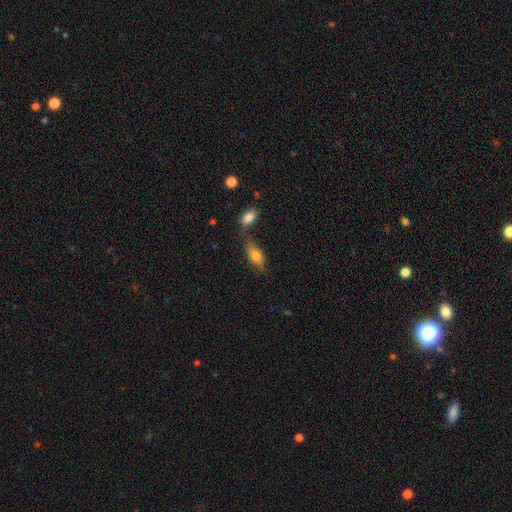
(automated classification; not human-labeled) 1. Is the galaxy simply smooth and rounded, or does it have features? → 70% smooth, 22% featured or disk, 8% star or artifact.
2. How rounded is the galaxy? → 78% in between, 17% cigar-shaped, 5% round.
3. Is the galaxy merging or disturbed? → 57% none, 19% merger, 17% minor disturbance, 6% major disturbance.